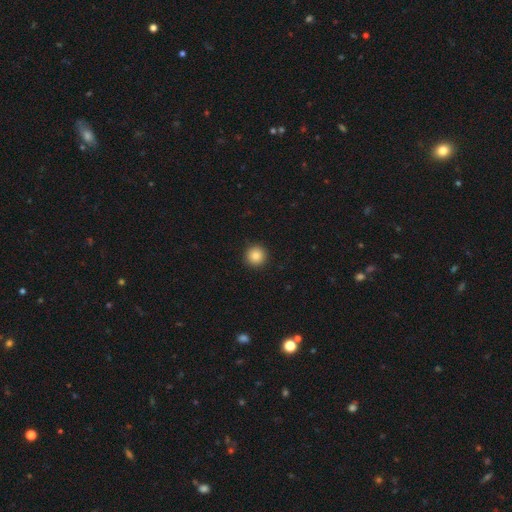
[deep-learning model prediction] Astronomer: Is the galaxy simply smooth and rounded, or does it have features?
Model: smooth — 85%.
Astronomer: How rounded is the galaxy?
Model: round — 96%.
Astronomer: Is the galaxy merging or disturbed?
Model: none — 93%.